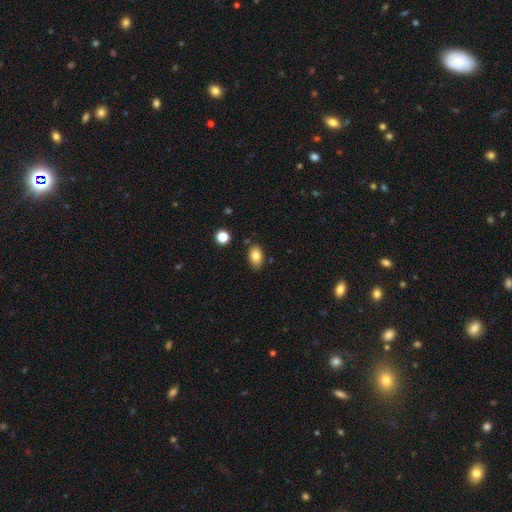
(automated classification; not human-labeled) This is clearly a smooth galaxy (81%). How rounded: clearly in between (87%). Merging: clearly none (80%).